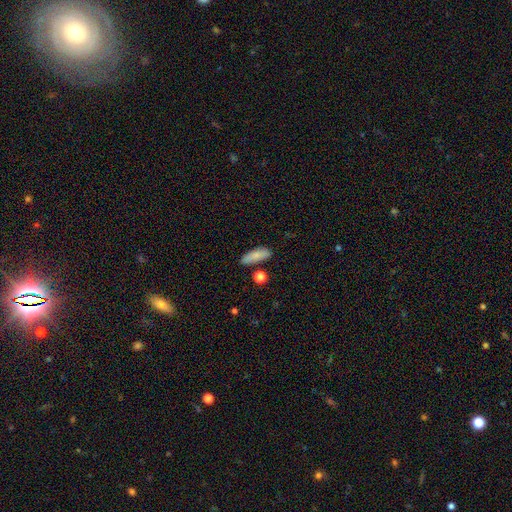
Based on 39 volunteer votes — This appears to be a smooth galaxy with no disk features (87%) that is in between round and cigar-shaped (59%). Merging: none (76%).